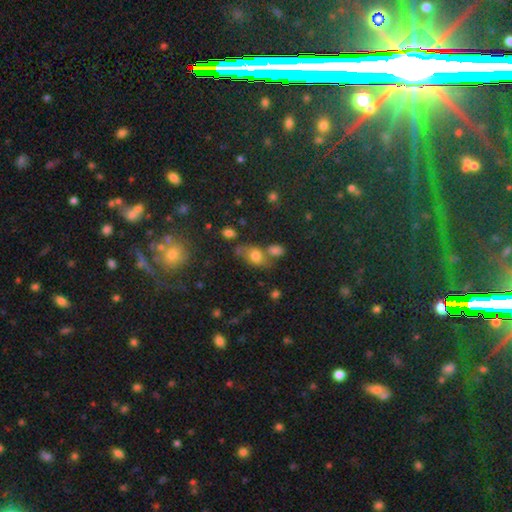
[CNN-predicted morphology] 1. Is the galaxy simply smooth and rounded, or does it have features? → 72% smooth, 14% star or artifact, 14% featured or disk.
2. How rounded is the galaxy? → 79% in between, 18% round, 3% cigar-shaped.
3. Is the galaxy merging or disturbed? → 52% none, 24% merger, 17% minor disturbance, 7% major disturbance.